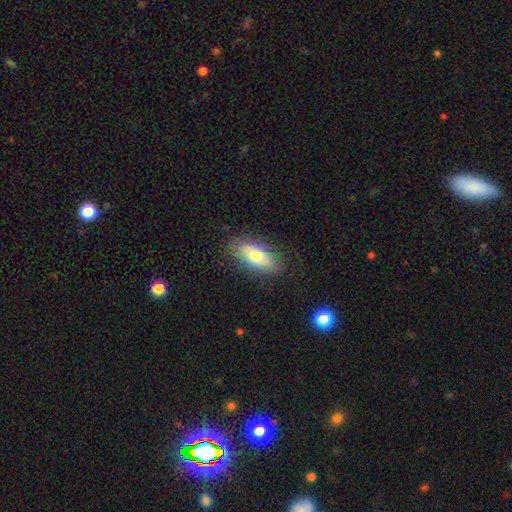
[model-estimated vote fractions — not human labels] Q: Smooth or featured?
A: smooth (69%); runner-up: featured or disk (24%)
Q: How rounded?
A: in between (84%); runner-up: cigar-shaped (12%)
Q: Merging?
A: none (82%); runner-up: minor disturbance (13%)